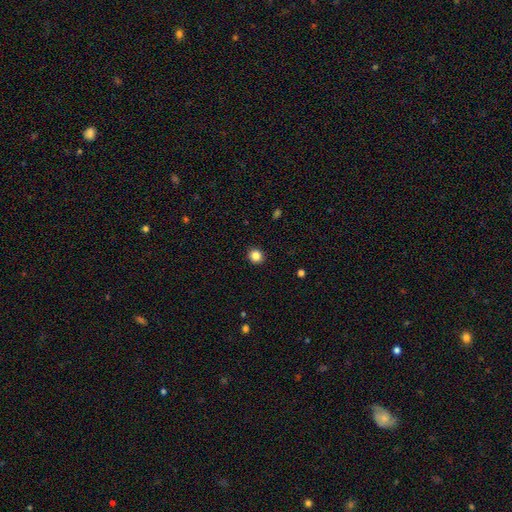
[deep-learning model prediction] smooth 85%, star or artifact 11%, featured or disk 4%. Down the decision tree: how rounded — round (87%); merging — none (92%).